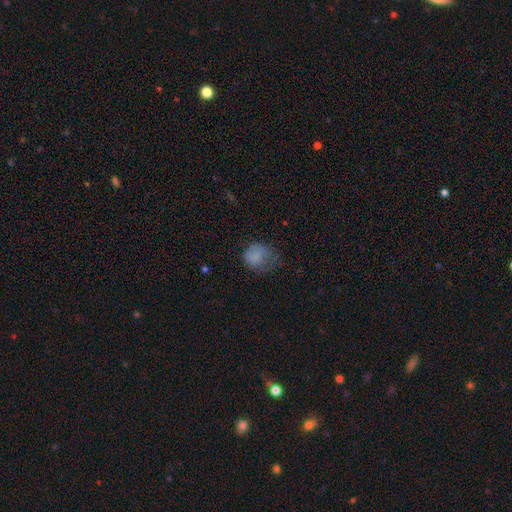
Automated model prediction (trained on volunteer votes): smooth-or-featured: smooth: 78% | featured or disk: 12% | star or artifact: 11%
  how-rounded: round: 68% | in between: 31% | cigar-shaped: 1%
  merging: none: 39% | minor disturbance: 31% | major disturbance: 29% | merger: 2%